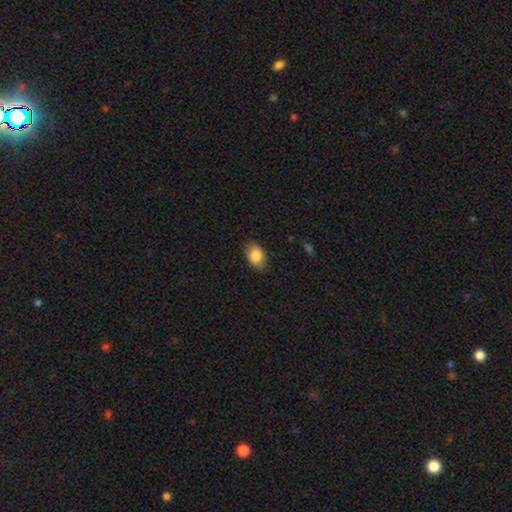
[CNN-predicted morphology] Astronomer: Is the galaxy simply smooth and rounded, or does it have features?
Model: smooth — 87%.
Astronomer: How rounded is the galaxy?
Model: in between — 81%.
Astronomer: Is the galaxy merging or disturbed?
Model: none — 85%.